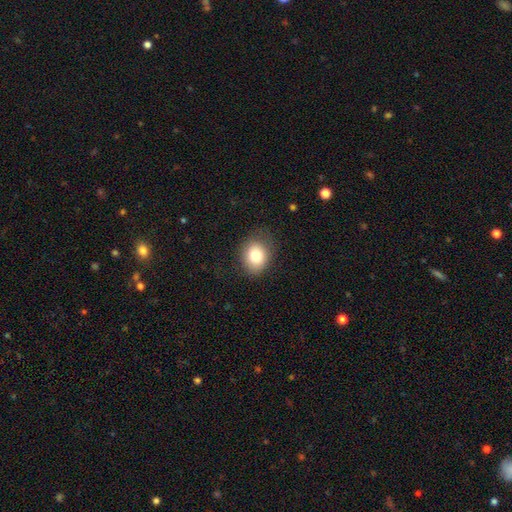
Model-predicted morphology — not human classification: smooth-or-featured: smooth: 79% | featured or disk: 11% | star or artifact: 10%
  how-rounded: round: 50% | in between: 49% | cigar-shaped: 1%
  merging: none: 78% | minor disturbance: 16% | major disturbance: 5% | merger: 1%